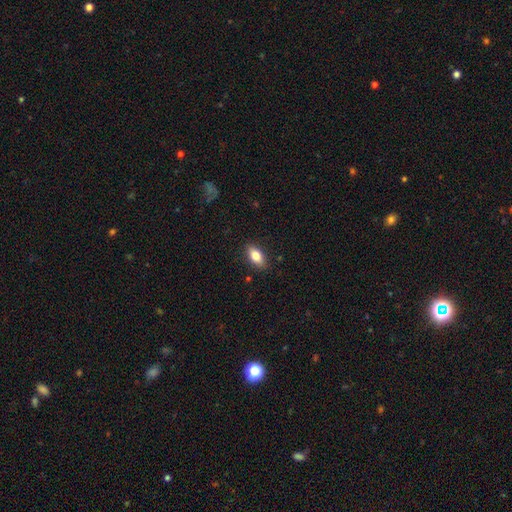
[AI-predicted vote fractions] Morphology: type=smooth (79%); roundness=in between (87%); merging=none (86%).